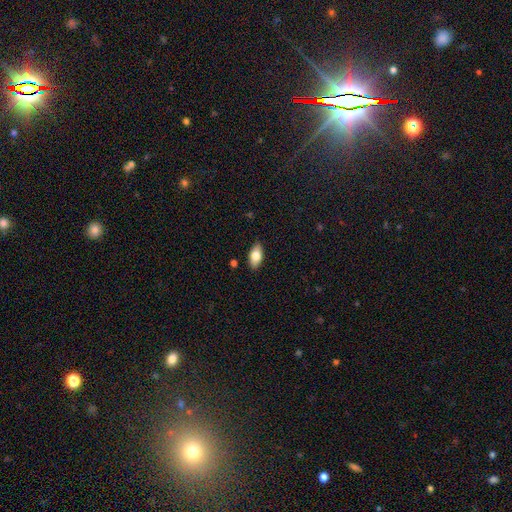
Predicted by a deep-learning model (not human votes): Smooth or featured: smooth — 75% (featured or disk — 18%)
How rounded: in between — 90% (cigar-shaped — 6%)
Merging: none — 86% (minor disturbance — 10%)